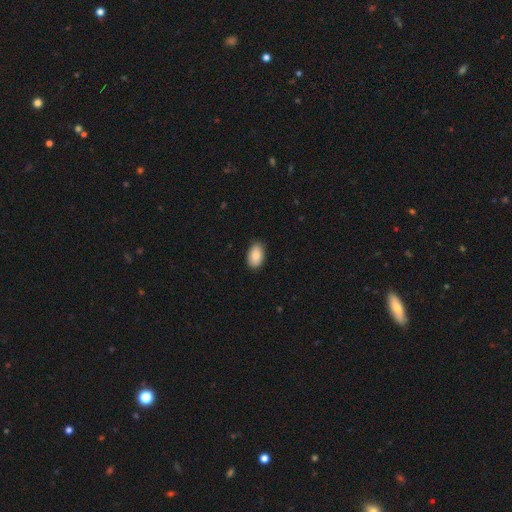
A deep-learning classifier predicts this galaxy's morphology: This appears to be a smooth galaxy with no disk features (87%) that is in between round and cigar-shaped (92%). Merging: none (86%).